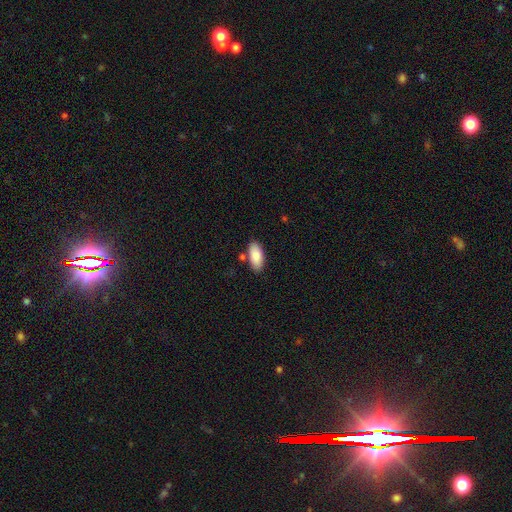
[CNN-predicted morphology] smooth_or_featured: smooth (p=0.87) [alt: featured or disk p=0.07]
how_rounded: in between (p=0.91) [alt: cigar-shaped p=0.07]
merging: none (p=0.79) [alt: minor disturbance p=0.12]